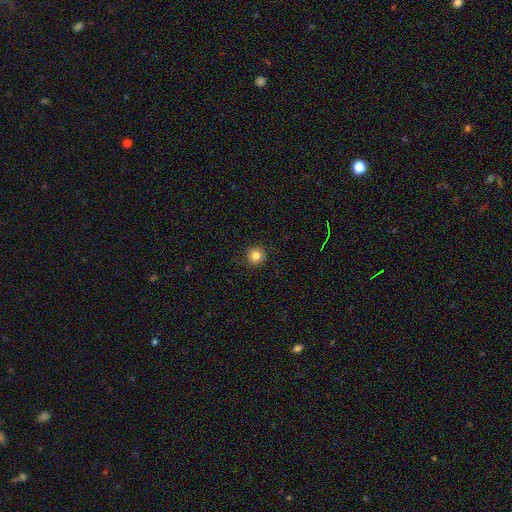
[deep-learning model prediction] smooth-or-featured: smooth: 83% | star or artifact: 12% | featured or disk: 6%
  how-rounded: round: 94% | in between: 5% | cigar-shaped: 1%
  merging: none: 87% | minor disturbance: 9% | major disturbance: 3% | merger: 1%